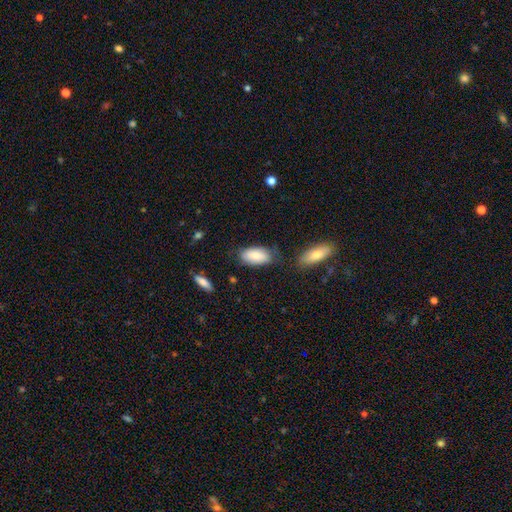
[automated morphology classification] Smooth or featured? smooth (83%)
How rounded? in between (93%)
Merging? none (66%)